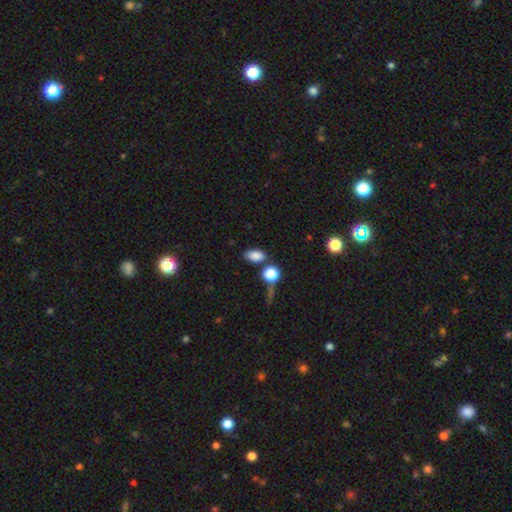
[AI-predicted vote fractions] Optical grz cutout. It shows a smooth galaxy with no disk features (83%) that is in between round and cigar-shaped (87%). Merging: none (70%).